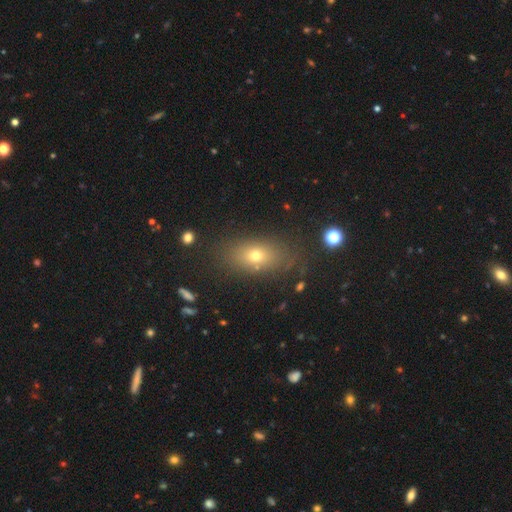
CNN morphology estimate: This is likely a smooth galaxy (66%). How rounded: likely in between (76%). Merging: clearly none (81%).